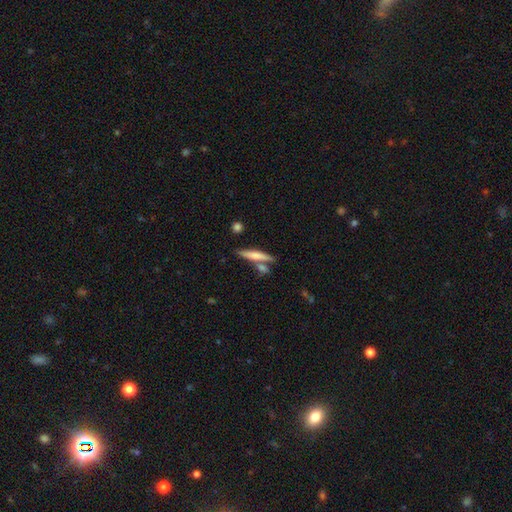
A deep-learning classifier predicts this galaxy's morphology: Q: Smooth or featured?
A: smooth (56%); runner-up: featured or disk (38%)
Q: How rounded?
A: cigar-shaped (87%); runner-up: in between (10%)
Q: Merging?
A: none (68%); runner-up: merger (18%)